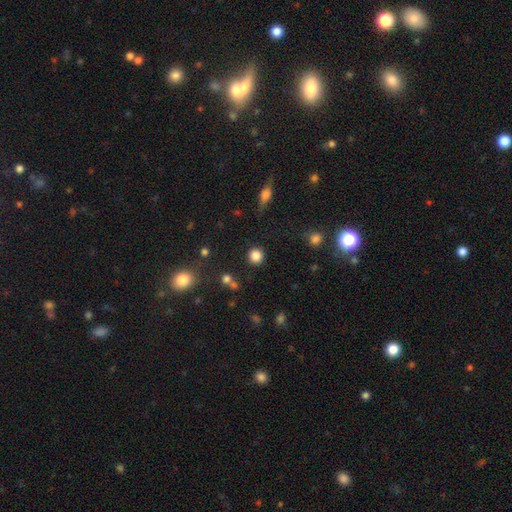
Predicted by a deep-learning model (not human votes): Smooth or featured? Predicted: smooth (p=0.85). How rounded? Predicted: round (p=0.92). Merging? Predicted: none (p=0.88).